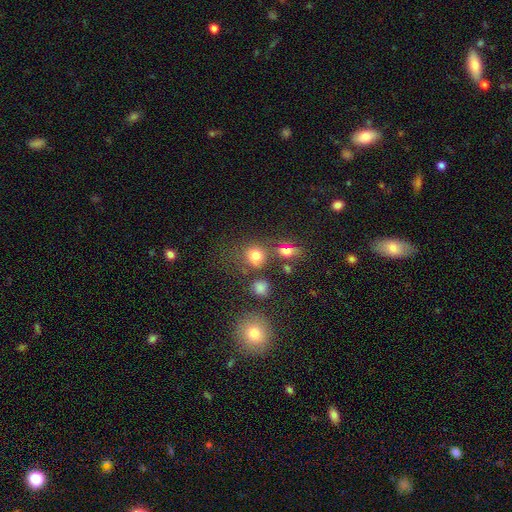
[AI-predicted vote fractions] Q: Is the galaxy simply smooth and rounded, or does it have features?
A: smooth — 74%.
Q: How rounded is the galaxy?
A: round — 76%.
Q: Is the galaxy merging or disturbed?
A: none — 61%.